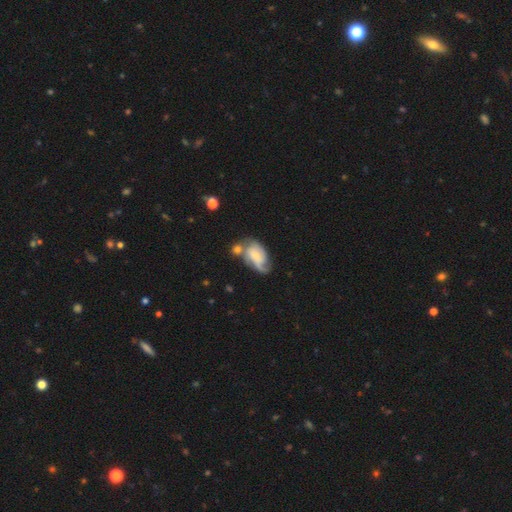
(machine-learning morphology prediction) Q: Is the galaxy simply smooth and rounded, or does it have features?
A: featured or disk — 62%.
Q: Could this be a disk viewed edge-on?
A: no — 95%.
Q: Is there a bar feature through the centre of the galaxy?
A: no — 61%.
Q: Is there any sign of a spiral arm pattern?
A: yes — 85%.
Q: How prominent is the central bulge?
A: small — 57%.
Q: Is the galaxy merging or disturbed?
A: none — 32%.